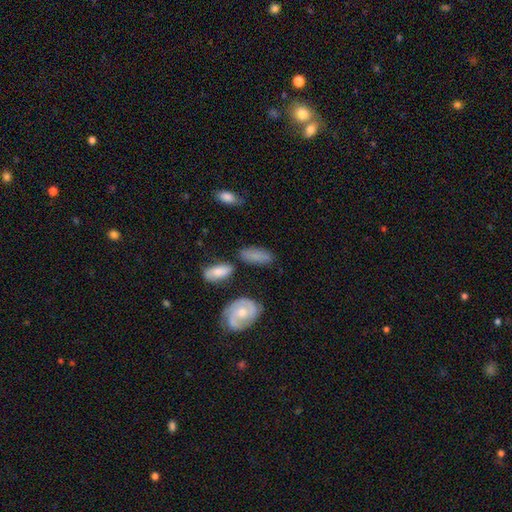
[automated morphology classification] A smooth galaxy with no disk features (70%) that is in between round and cigar-shaped (82%).

Vote fractions:
- Smooth or featured? smooth: 70% / featured or disk: 21% / star or artifact: 8%
- How rounded? in between: 82% / cigar-shaped: 14% / round: 5%
- Merging? none: 69% / minor disturbance: 18% / merger: 7% / major disturbance: 6%